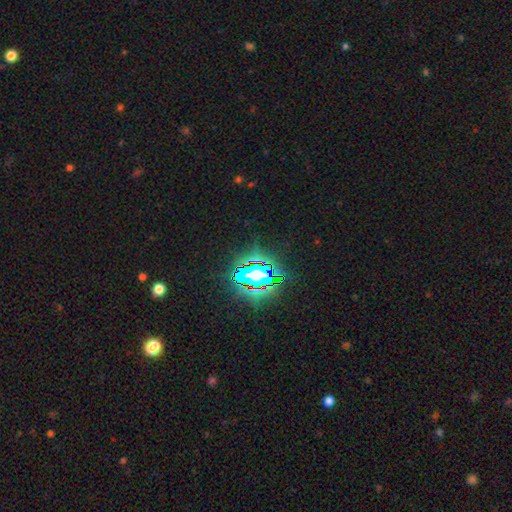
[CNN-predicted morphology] type=star or artifact (79%).